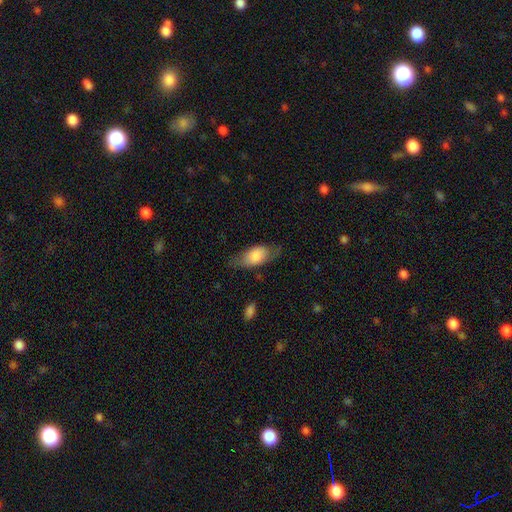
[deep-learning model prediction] This is likely a smooth galaxy (75%). How rounded: clearly in between (86%). Merging: likely none (63%).